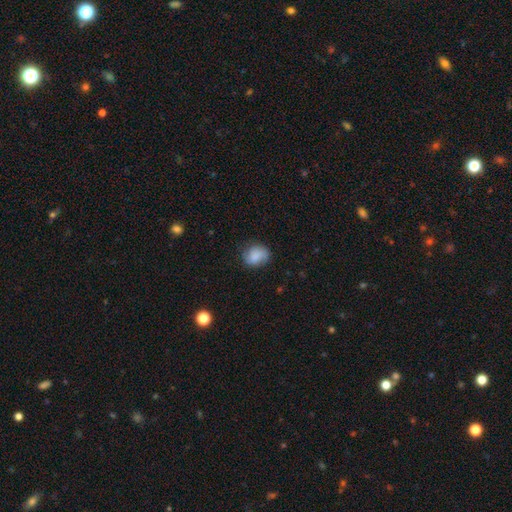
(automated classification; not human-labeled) smooth_or_featured: smooth (p=0.70) [alt: featured or disk p=0.21]
how_rounded: round (p=0.64) [alt: in between p=0.35]
merging: none (p=0.70) [alt: minor disturbance p=0.22]